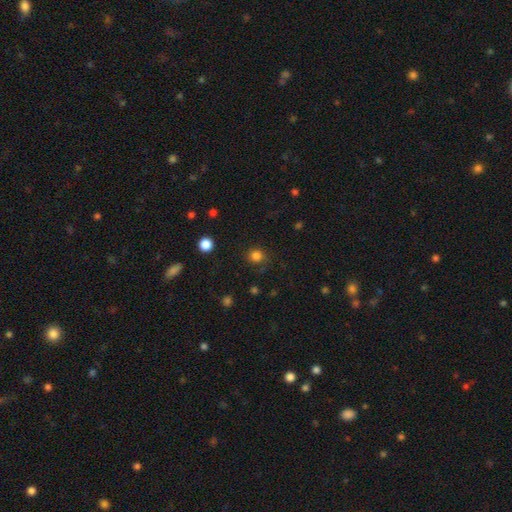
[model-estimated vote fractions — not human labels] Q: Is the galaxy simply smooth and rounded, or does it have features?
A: smooth — 81%.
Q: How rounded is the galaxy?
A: round — 87%.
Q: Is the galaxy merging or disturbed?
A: none — 82%.